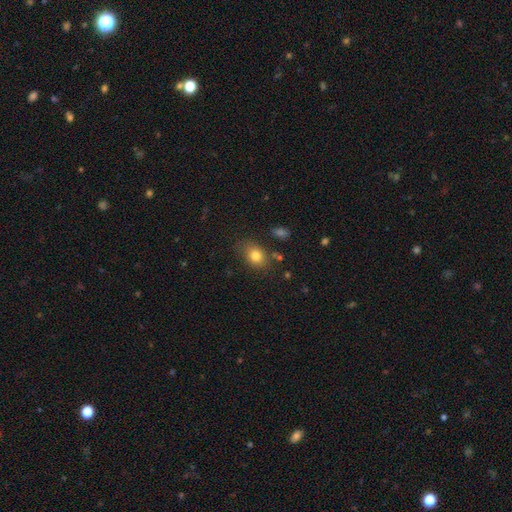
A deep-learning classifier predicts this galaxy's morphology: Smooth or featured: smooth — 81% (star or artifact — 10%)
How rounded: in between — 66% (round — 33%)
Merging: none — 75% (minor disturbance — 16%)